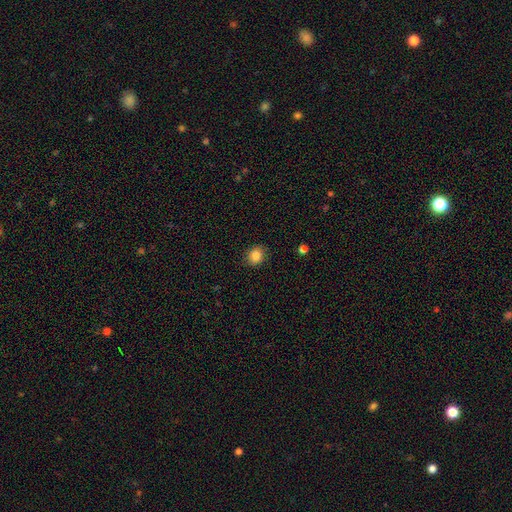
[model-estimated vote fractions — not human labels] smooth 85%, star or artifact 10%, featured or disk 5%. Down the decision tree: how rounded — round (69%); merging — none (87%).